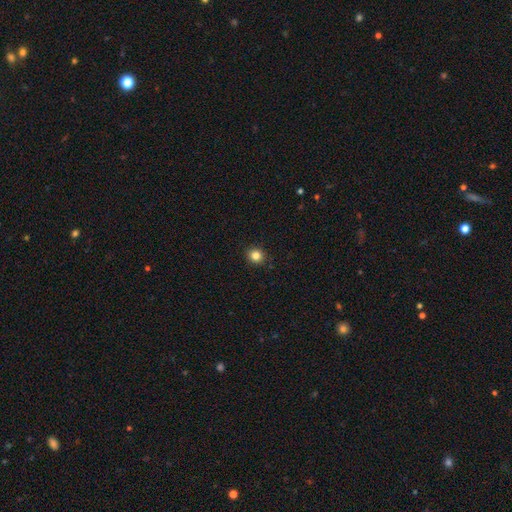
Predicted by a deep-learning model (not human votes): smooth_or_featured: smooth (p=0.84) [alt: star or artifact p=0.12]
how_rounded: round (p=0.89) [alt: in between p=0.10]
merging: none (p=0.92) [alt: minor disturbance p=0.06]